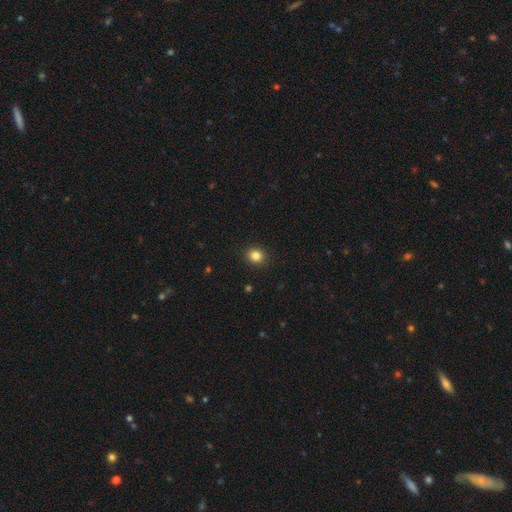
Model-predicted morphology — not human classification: Q: Smooth or featured?
A: smooth (84%); runner-up: star or artifact (11%)
Q: How rounded?
A: round (77%); runner-up: in between (22%)
Q: Merging?
A: none (92%); runner-up: minor disturbance (5%)